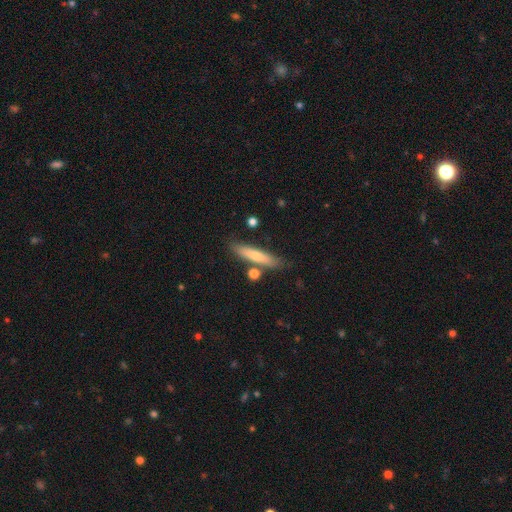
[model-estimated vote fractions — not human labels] smooth_or_featured: smooth (p=0.71) [alt: featured or disk p=0.23]
how_rounded: cigar-shaped (p=0.86) [alt: in between p=0.12]
merging: none (p=0.76) [alt: minor disturbance p=0.13]